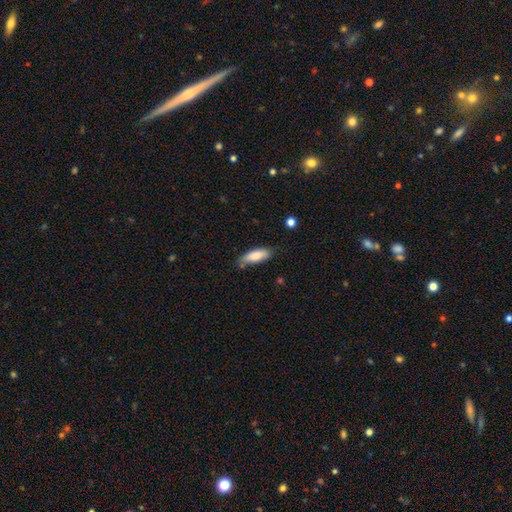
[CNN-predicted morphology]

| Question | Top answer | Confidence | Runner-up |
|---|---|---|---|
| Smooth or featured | smooth | 80% | featured or disk (14%) |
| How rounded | in between | 60% | cigar-shaped (38%) |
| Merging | none | 69% | minor disturbance (23%) |